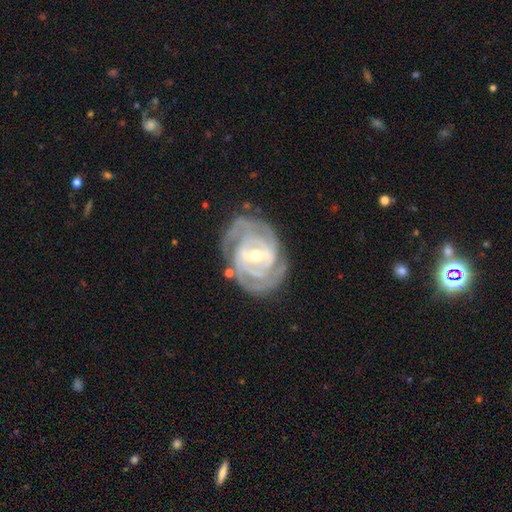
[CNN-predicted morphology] Smooth or featured? Predicted: featured or disk (p=0.90). Edge-on disk? Predicted: no (p=0.97). Bar? Predicted: strong (p=0.46). Spiral arms? Predicted: yes (p=0.96). Spiral winding? Predicted: tight (p=0.69). Spiral arm count? Predicted: 2 (p=0.33). Bulge size? Predicted: small (p=0.55). Merging? Predicted: none (p=0.74).